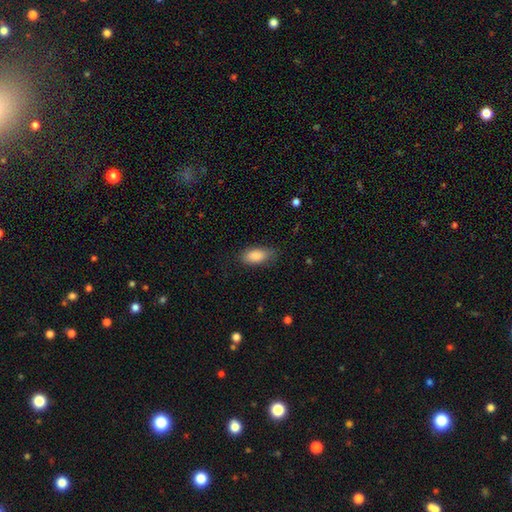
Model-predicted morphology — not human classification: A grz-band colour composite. It shows a smooth galaxy with no disk features (88%) that is in between round and cigar-shaped (90%). Merging: none (76%).